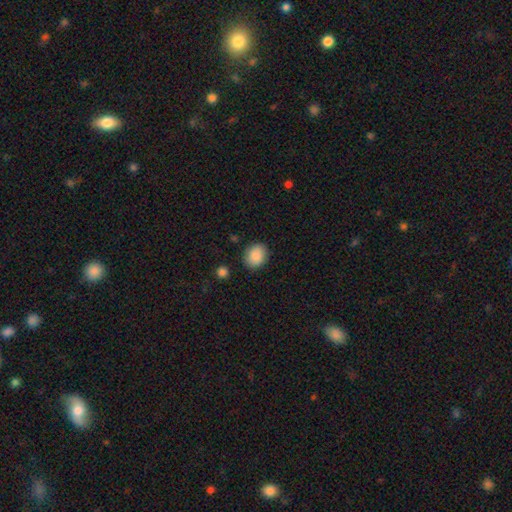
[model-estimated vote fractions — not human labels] smooth 89%, star or artifact 7%, featured or disk 4%. Down the decision tree: how rounded — round (57%); merging — none (86%).